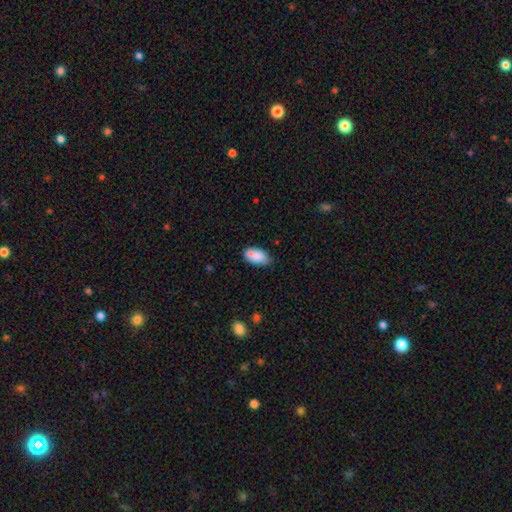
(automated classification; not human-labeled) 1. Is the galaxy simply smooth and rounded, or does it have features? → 81% smooth, 12% featured or disk, 7% star or artifact.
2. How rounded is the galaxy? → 93% in between, 5% round, 2% cigar-shaped.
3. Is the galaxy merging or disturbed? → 60% none, 22% minor disturbance, 14% merger, 4% major disturbance.